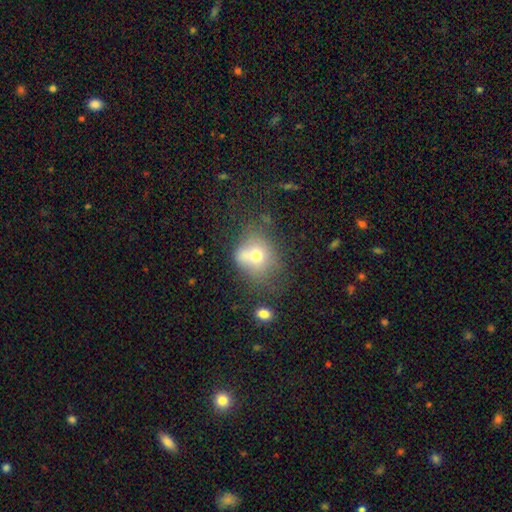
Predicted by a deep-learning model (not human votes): A smooth galaxy with no disk features (67%) that is round (64%). Merging: none (40%).